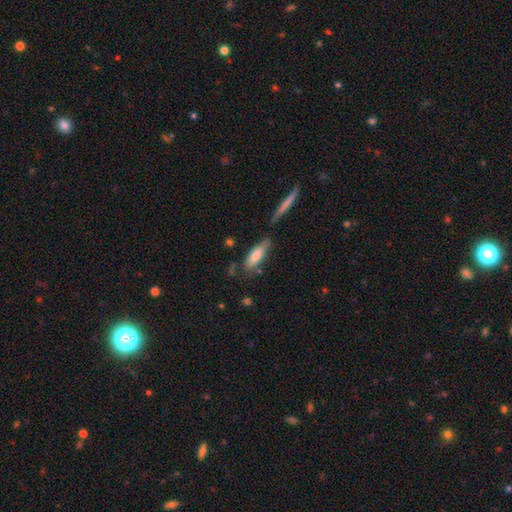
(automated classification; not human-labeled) Smooth or featured? Predicted: smooth (p=0.75). How rounded? Predicted: cigar-shaped (p=0.49, tied with in between). Merging? Predicted: none (p=0.60).